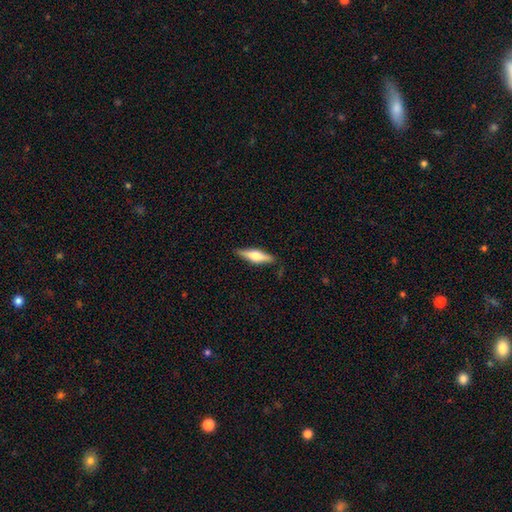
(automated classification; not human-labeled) Smooth or featured: featured or disk — 53% (smooth — 41%)
Edge-on disk: yes — 96% (no — 4%)
Edge-on bulge: rounded — 88% (boxy — 10%)
Merging: none — 86% (minor disturbance — 11%)